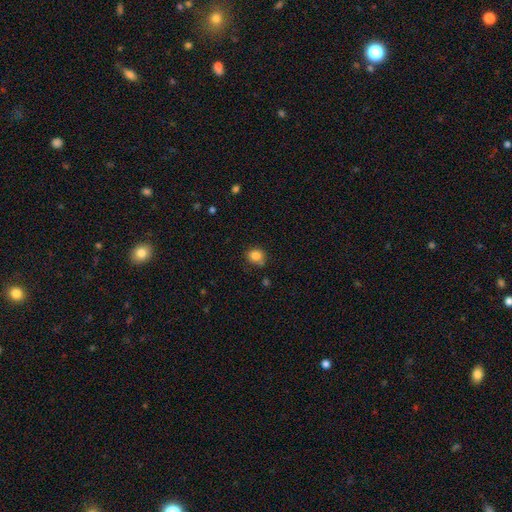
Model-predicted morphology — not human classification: type=smooth (84%); roundness=round (76%); merging=none (70%).